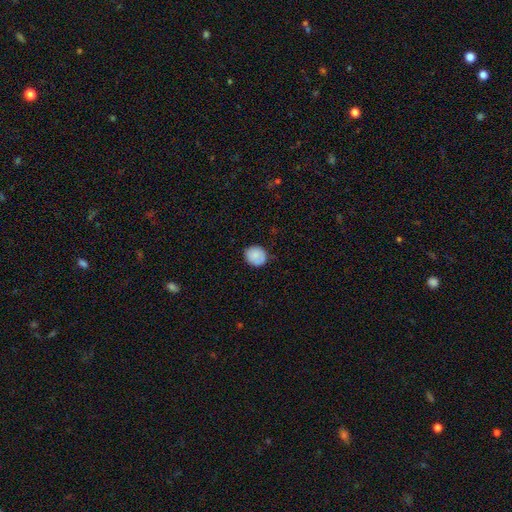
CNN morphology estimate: Smooth or featured: smooth — 82% (featured or disk — 11%)
How rounded: round — 81% (in between — 18%)
Merging: none — 82% (minor disturbance — 14%)